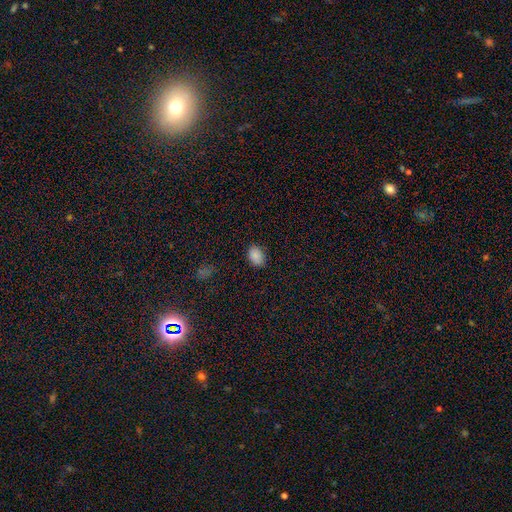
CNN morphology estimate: Smooth or featured? Predicted: smooth (p=0.87). How rounded? Predicted: in between (p=0.76). Merging? Predicted: none (p=0.83).